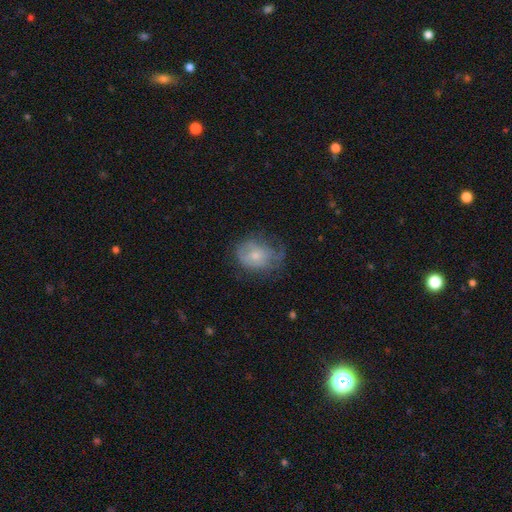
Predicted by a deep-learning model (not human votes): Smooth or featured?
  - smooth: 52% *
  - featured or disk: 38%
  - star or artifact: 9%
How rounded?
  - in between: 52% *
  - round: 48%
  - cigar-shaped: 1%
Merging?
  - none: 39% *
  - minor disturbance: 32%
  - major disturbance: 27%
  - merger: 2%